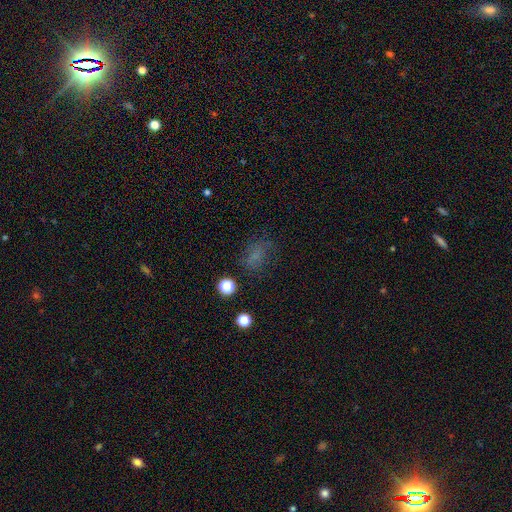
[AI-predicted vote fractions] Smooth or featured? smooth (64%)
How rounded? in between (68%)
Merging? none (63%)